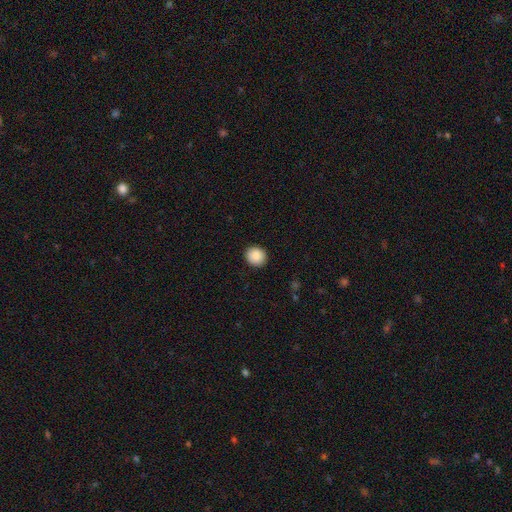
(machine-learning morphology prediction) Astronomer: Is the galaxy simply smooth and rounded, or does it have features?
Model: smooth — 89%.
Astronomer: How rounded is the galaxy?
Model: round — 82%.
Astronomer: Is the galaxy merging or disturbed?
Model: none — 91%.